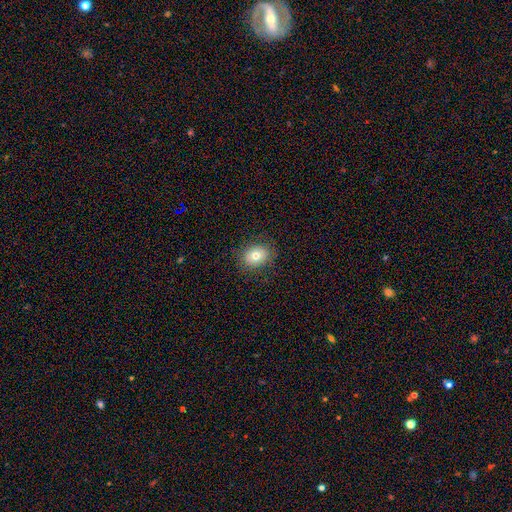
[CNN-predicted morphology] smooth_or_featured: smooth (p=0.75) [alt: featured or disk p=0.14]
how_rounded: in between (p=0.60) [alt: round p=0.39]
merging: none (p=0.86) [alt: minor disturbance p=0.10]